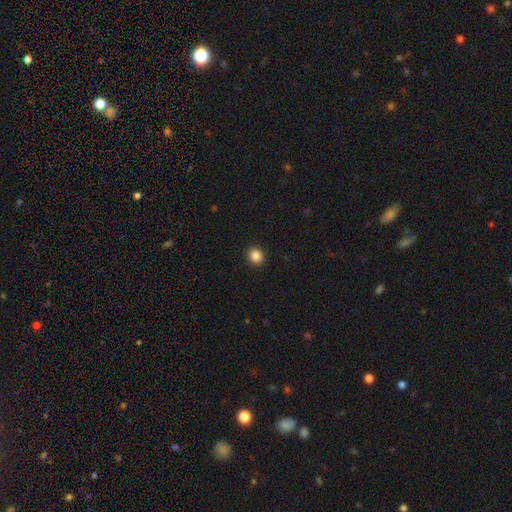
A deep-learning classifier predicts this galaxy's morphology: smooth-or-featured: smooth: 87% | star or artifact: 10% | featured or disk: 3%
  how-rounded: round: 82% | in between: 17% | cigar-shaped: 1%
  merging: none: 92% | minor disturbance: 5% | major disturbance: 2% | merger: 1%